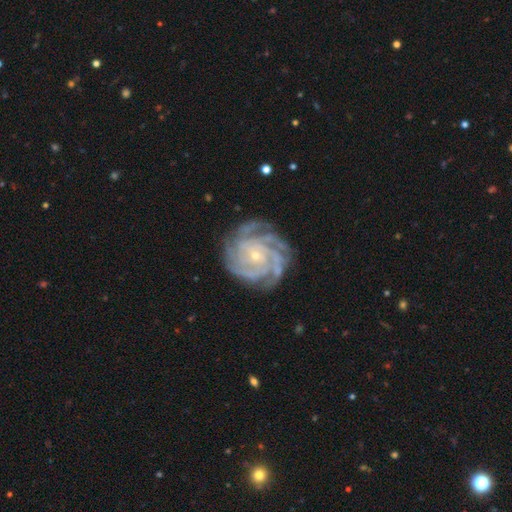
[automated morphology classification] Overall: featured or disk (91%). Edge-on disk: no (98%). Bar: no (72%). Spiral arms: yes (99%). Spiral arm count: 4 (40%; more than 4 18%). Spiral winding: tight (78%). Bulge size: small (81%). Merging: none (80%).